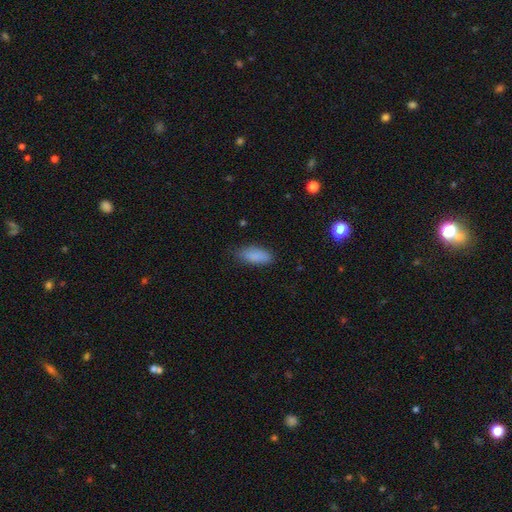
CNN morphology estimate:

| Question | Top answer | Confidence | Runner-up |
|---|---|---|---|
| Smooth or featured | smooth | 88% | star or artifact (8%) |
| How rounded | in between | 79% | cigar-shaped (19%) |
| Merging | none | 79% | minor disturbance (16%) |